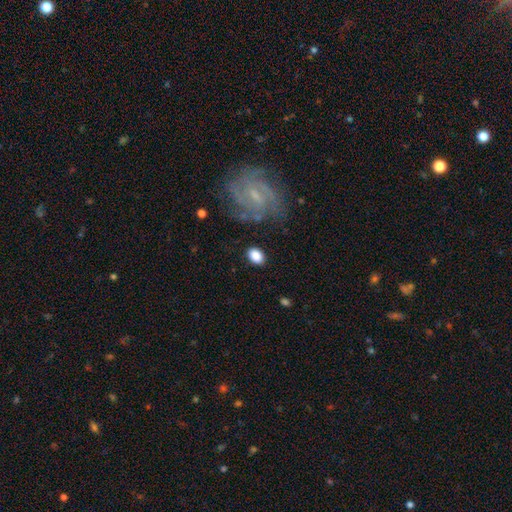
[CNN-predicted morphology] This is clearly a smooth galaxy (84%). How rounded: likely in between (77%). Merging: clearly none (81%).